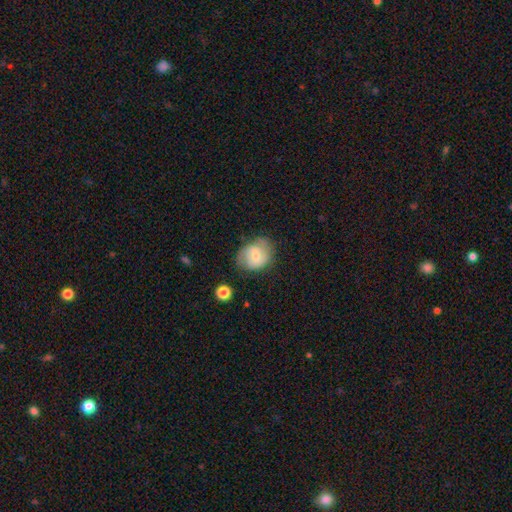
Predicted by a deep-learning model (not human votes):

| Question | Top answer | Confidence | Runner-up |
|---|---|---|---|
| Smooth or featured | featured or disk | 52% | smooth (41%) |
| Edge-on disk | no | 97% | yes (3%) |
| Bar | weak | 52% | no (36%) |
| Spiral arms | yes | 81% | no (19%) |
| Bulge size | small | 48% | moderate (45%) |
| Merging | none | 65% | minor disturbance (24%) |